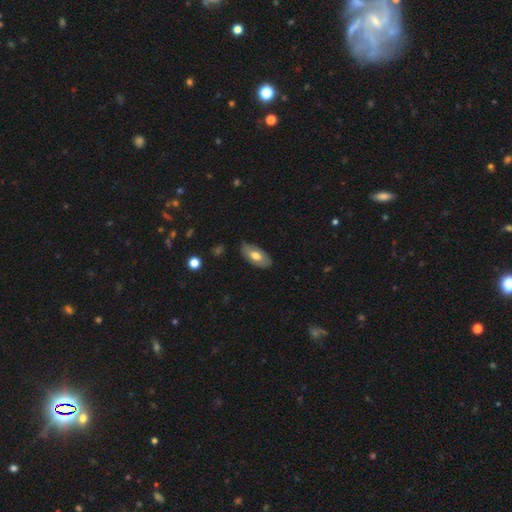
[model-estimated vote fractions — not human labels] Smooth or featured?
  - smooth: 60% *
  - featured or disk: 35%
  - star or artifact: 6%
How rounded?
  - in between: 93% *
  - cigar-shaped: 4%
  - round: 3%
Merging?
  - none: 79% *
  - minor disturbance: 17%
  - major disturbance: 3%
  - merger: 1%